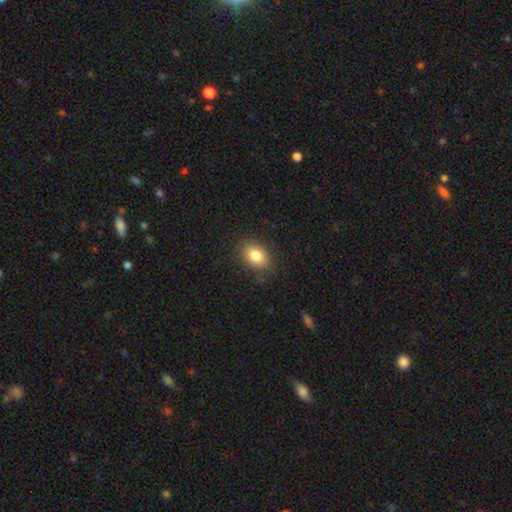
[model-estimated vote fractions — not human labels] Smooth or featured? smooth (83%)
How rounded? in between (75%)
Merging? none (85%)